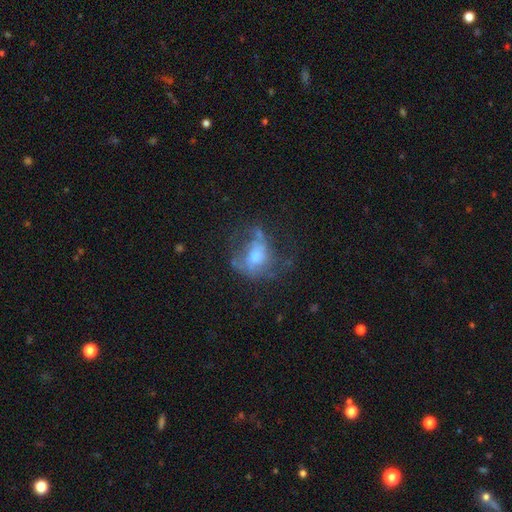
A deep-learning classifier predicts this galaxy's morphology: Q: Smooth or featured?
A: featured or disk (54%); runner-up: smooth (33%)
Q: Edge-on disk?
A: no (97%); runner-up: yes (3%)
Q: Bar?
A: no (74%); runner-up: weak (22%)
Q: Spiral arms?
A: no (53%); runner-up: yes (47%)
Q: Bulge size?
A: moderate (42%); runner-up: small (24%)
Q: Merging?
A: major disturbance (37%); tied with: none (37%)